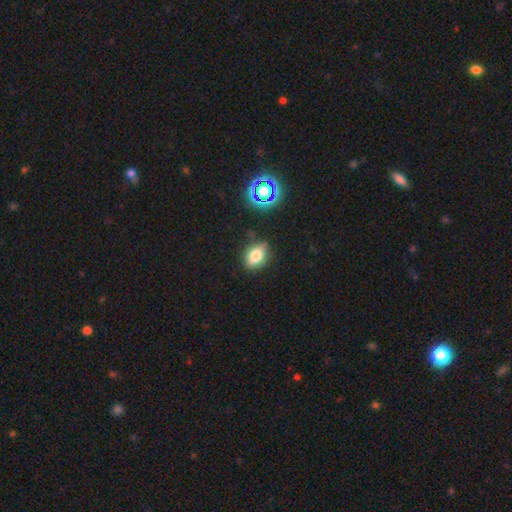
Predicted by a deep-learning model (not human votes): smooth-or-featured: smooth: 74% | star or artifact: 13% | featured or disk: 12%
  how-rounded: in between: 72% | round: 25% | cigar-shaped: 2%
  merging: none: 74% | minor disturbance: 19% | major disturbance: 4% | merger: 3%